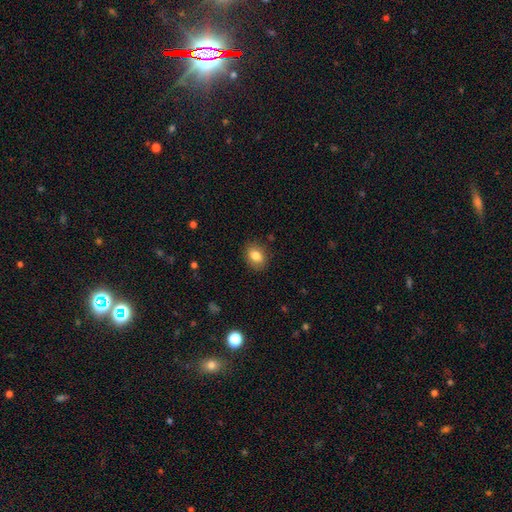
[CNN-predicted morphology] type=smooth (84%); roundness=in between (64%); merging=none (86%).